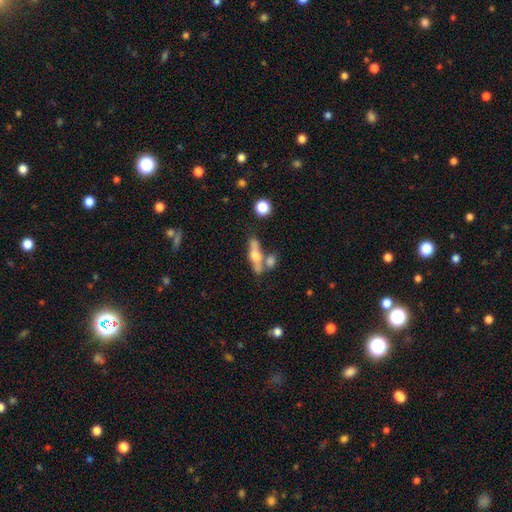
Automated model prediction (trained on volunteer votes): smooth-or-featured: featured or disk: 51% | smooth: 41% | star or artifact: 8%
  disk-edge-on: yes: 81% | no: 19%
  merging: none: 54% | merger: 26% | minor disturbance: 14% | major disturbance: 6%